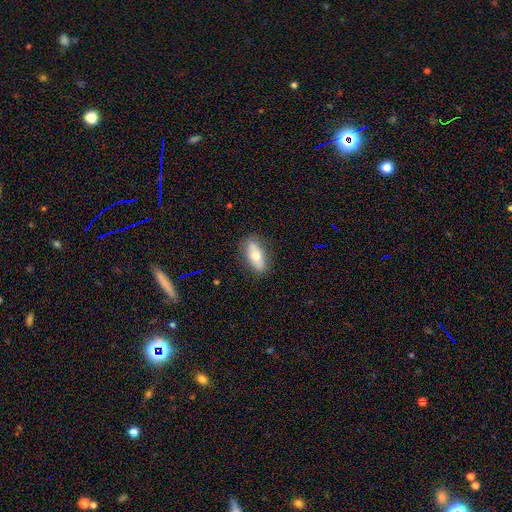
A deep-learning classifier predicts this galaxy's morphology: Smooth or featured? smooth (61%)
How rounded? in between (78%)
Merging? none (83%)